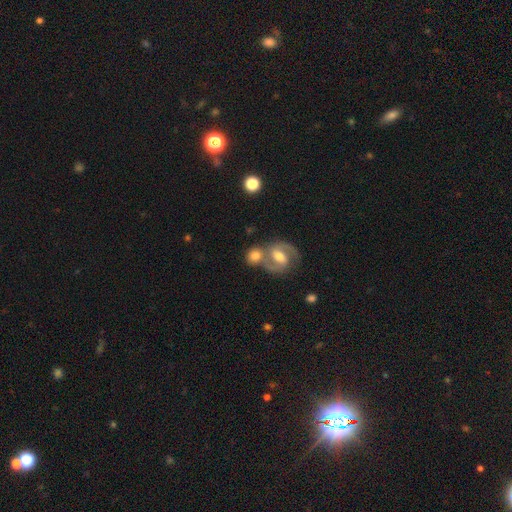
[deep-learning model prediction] This is possibly a smooth galaxy (51%). How rounded: likely round (71%). Merging: possibly none (46%).